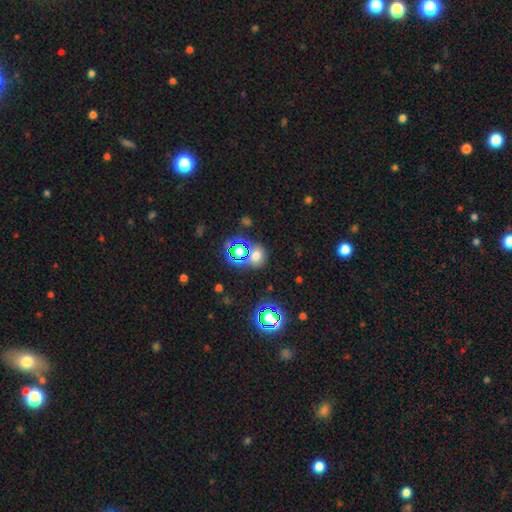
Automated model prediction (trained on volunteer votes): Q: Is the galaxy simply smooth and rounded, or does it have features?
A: smooth — 57%.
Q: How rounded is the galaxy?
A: round — 63%.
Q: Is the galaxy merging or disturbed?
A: none — 67%.